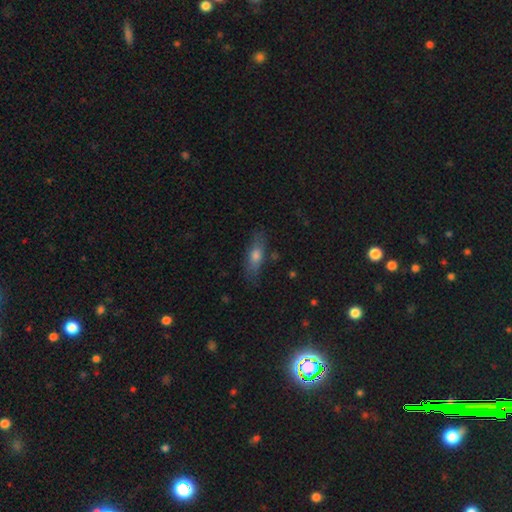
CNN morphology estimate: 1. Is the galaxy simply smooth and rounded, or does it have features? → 64% smooth, 27% featured or disk, 9% star or artifact.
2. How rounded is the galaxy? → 54% in between, 42% cigar-shaped, 4% round.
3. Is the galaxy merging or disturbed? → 77% none, 16% minor disturbance, 4% major disturbance, 2% merger.